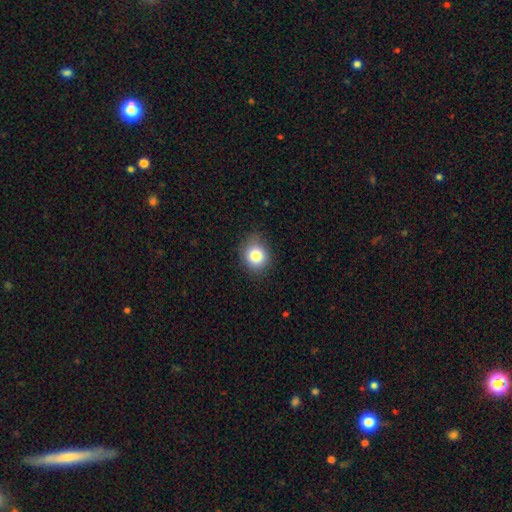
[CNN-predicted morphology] Smooth or featured: smooth — 81% (star or artifact — 11%)
How rounded: round — 75% (in between — 24%)
Merging: none — 83% (minor disturbance — 13%)